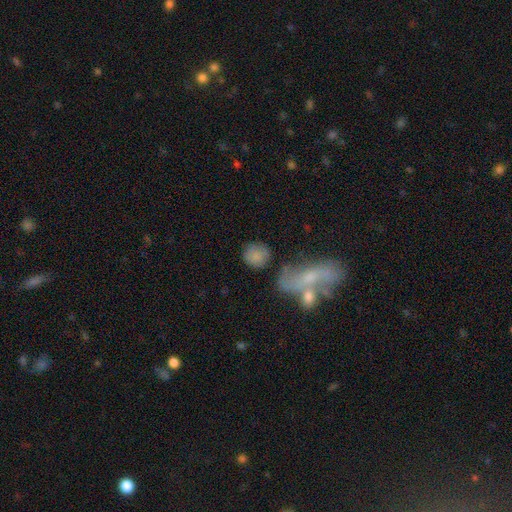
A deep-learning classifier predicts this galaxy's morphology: smooth_or_featured: smooth (p=0.81) [alt: featured or disk p=0.11]
how_rounded: round (p=0.82) [alt: in between p=0.16]
merging: none (p=0.69) [alt: minor disturbance p=0.14]